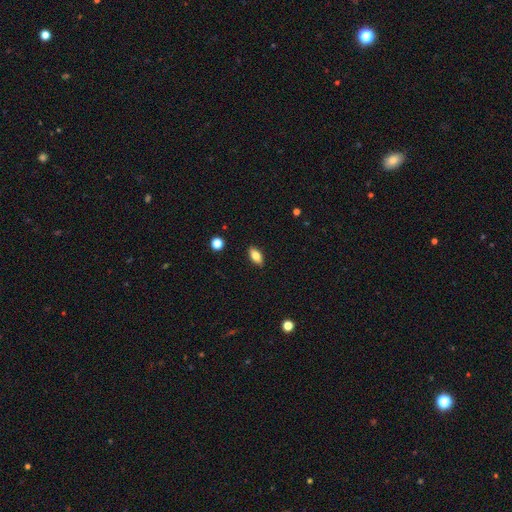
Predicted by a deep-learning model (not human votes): smooth-or-featured: smooth: 76% | featured or disk: 16% | star or artifact: 8%
  how-rounded: in between: 86% | cigar-shaped: 11% | round: 4%
  merging: none: 88% | minor disturbance: 9% | major disturbance: 2% | merger: 1%